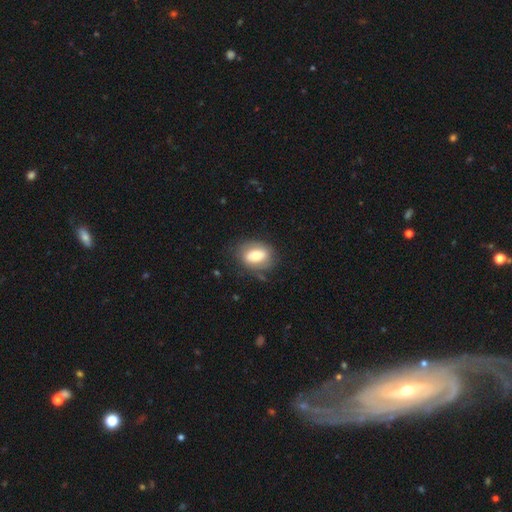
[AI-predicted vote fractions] Morphology: type=smooth (58%); roundness=in between (77%); merging=none (71%).